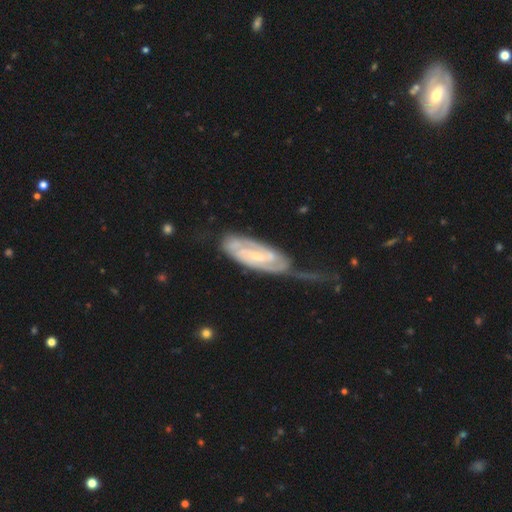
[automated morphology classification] A featured or disk galaxy (85%) with a weak bar (45%), 2 (67%) tight (56%) spiral arms (95%) and a small central bulge (62%). Merging: none (39%).